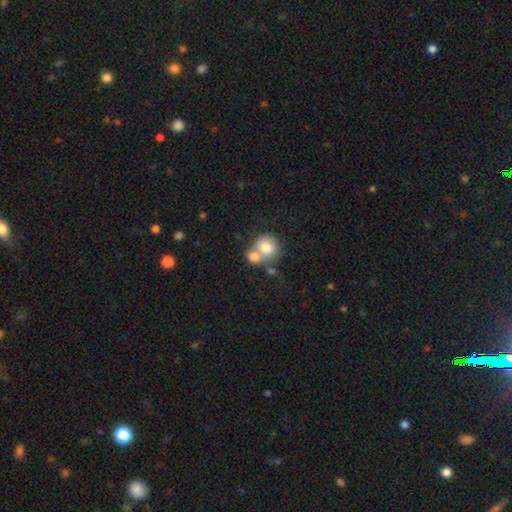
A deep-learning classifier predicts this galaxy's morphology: The model was most divided on "merging": merger: 52%, none: 36%, minor disturbance: 8%, major disturbance: 4%. More confident: how rounded — round (80%); smooth or featured — smooth (72%).